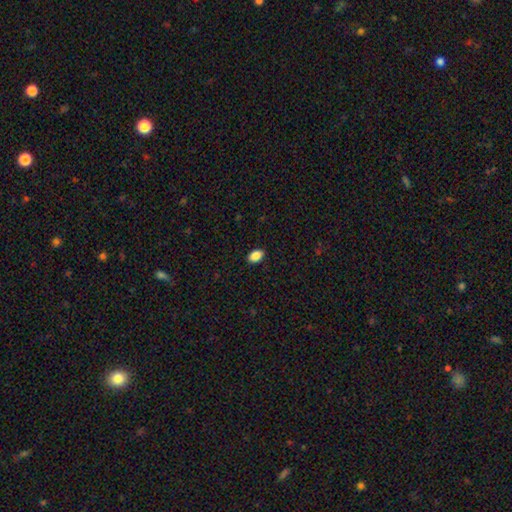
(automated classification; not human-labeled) A smooth galaxy with no disk features (89%) that is in between round and cigar-shaped (88%). Merging: none (90%).